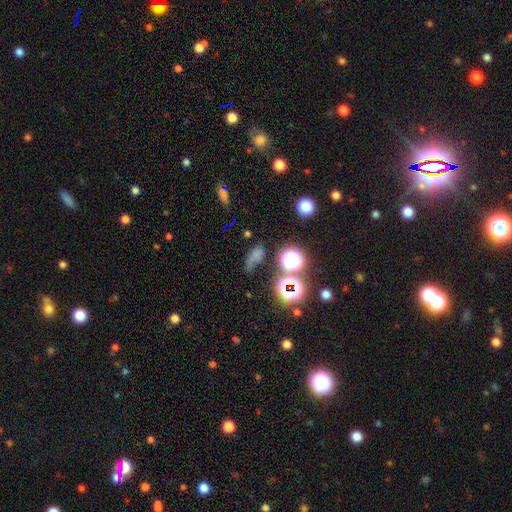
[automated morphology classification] A smooth galaxy with no disk features (56%) that is in between round and cigar-shaped (64%).

Vote fractions:
- Smooth or featured? smooth: 56% / star or artifact: 30% / featured or disk: 14%
- How rounded? in between: 64% / round: 24% / cigar-shaped: 12%
- Merging? none: 46% / minor disturbance: 25% / major disturbance: 18% / merger: 12%